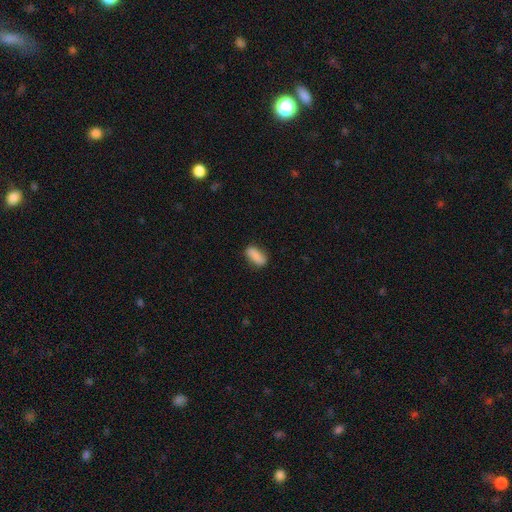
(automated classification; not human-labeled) A smooth galaxy with no disk features (83%) that is in between round and cigar-shaped (79%).

Vote fractions:
- Smooth or featured? smooth: 83% / featured or disk: 9% / star or artifact: 7%
- How rounded? in between: 79% / cigar-shaped: 18% / round: 3%
- Merging? none: 78% / minor disturbance: 16% / major disturbance: 4% / merger: 2%